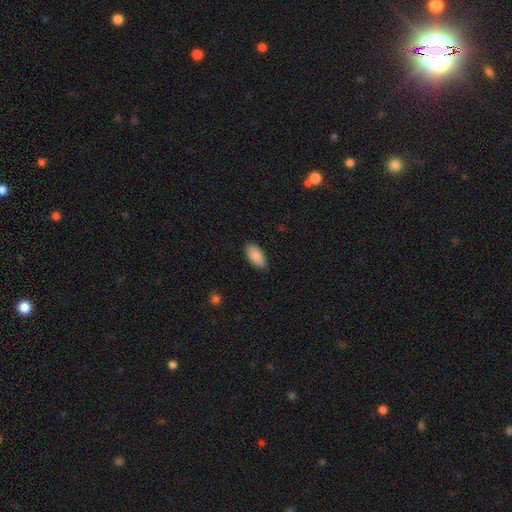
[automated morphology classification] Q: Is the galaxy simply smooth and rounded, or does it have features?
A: smooth — 90%.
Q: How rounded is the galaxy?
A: in between — 92%.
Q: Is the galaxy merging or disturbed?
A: none — 87%.